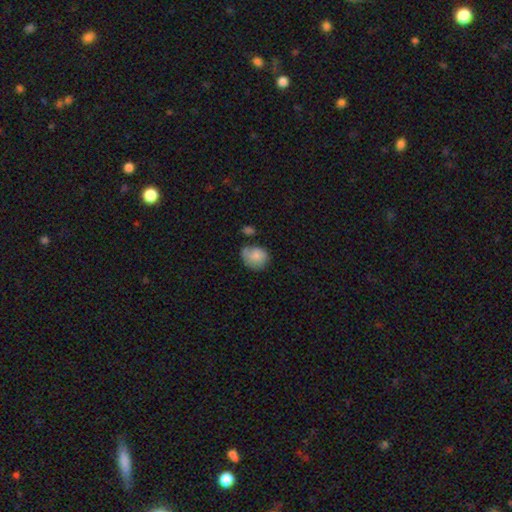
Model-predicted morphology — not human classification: Smooth or featured? smooth (78%)
How rounded? round (58%)
Merging? none (41%)